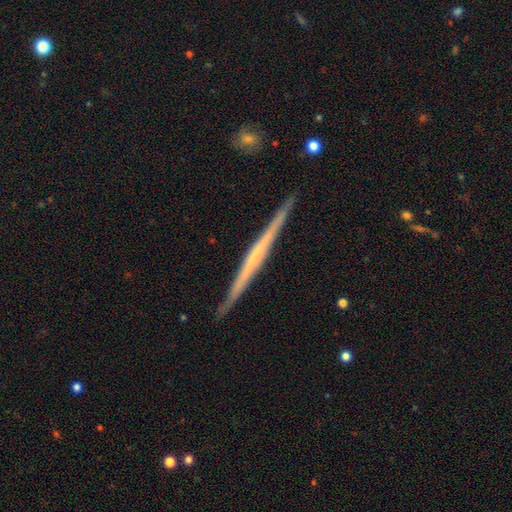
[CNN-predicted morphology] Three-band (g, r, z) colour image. It shows a featured or disk galaxy (75%) viewed edge-on (98%) with no central bulge (63%). Merging: none (91%).